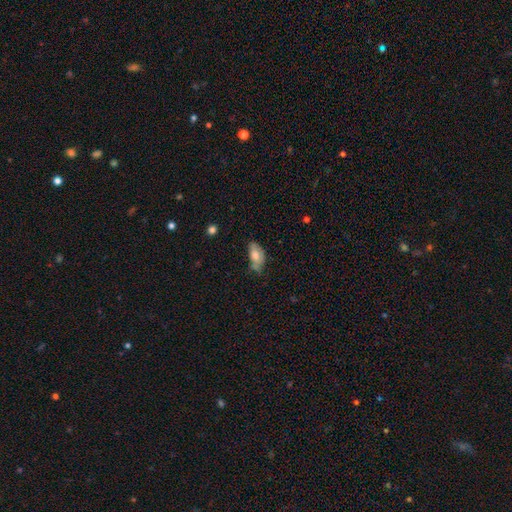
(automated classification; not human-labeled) Smooth or featured? Predicted: smooth (p=0.70). How rounded? Predicted: in between (p=0.91). Merging? Predicted: none (p=0.44).